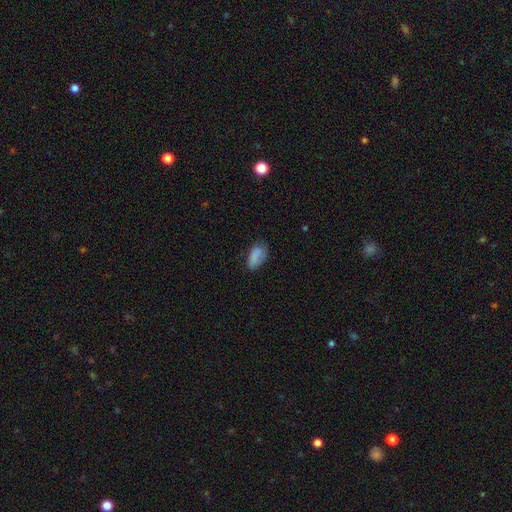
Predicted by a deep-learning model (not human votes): Smooth or featured?
  - smooth: 81% *
  - featured or disk: 11%
  - star or artifact: 8%
How rounded?
  - in between: 93% *
  - round: 4%
  - cigar-shaped: 3%
Merging?
  - none: 60% *
  - minor disturbance: 29%
  - major disturbance: 9%
  - merger: 2%